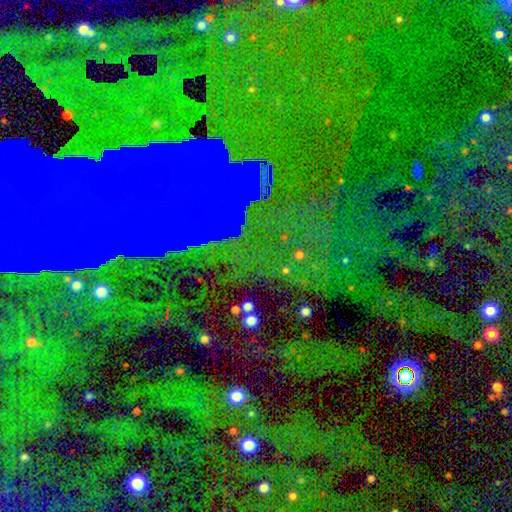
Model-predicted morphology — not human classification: type=star or artifact (79%).